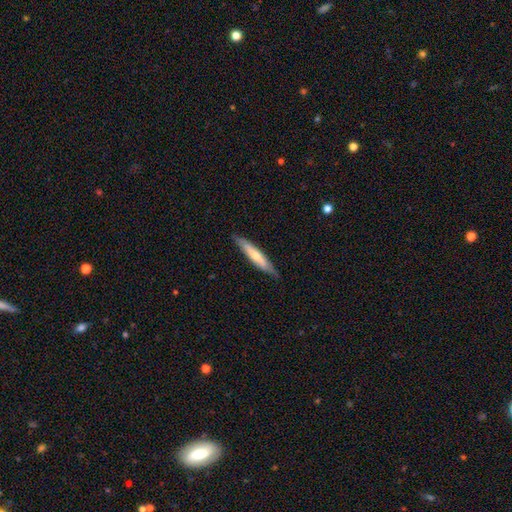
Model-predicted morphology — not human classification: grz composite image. It shows a smooth galaxy with no disk features (57%) that is cigar-shaped (89%). Merging: none (82%).